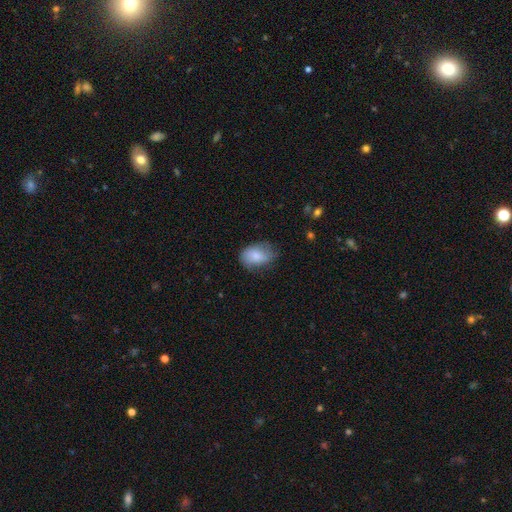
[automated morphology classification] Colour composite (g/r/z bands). It shows a smooth galaxy with no disk features (79%) that is in between round and cigar-shaped (82%). Merging: none (60%).